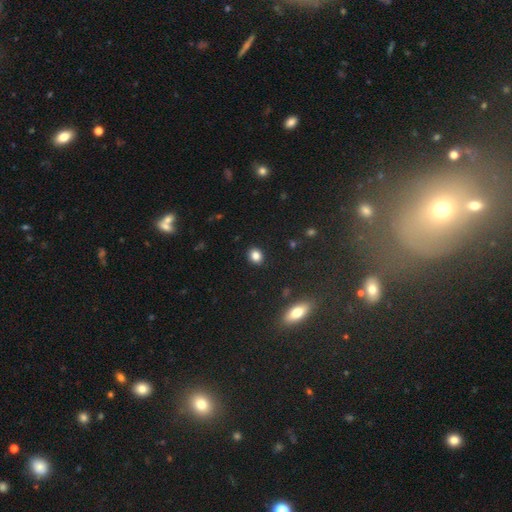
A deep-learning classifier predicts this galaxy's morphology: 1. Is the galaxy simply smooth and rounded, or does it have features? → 84% smooth, 11% star or artifact, 5% featured or disk.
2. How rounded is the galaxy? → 59% round, 39% in between, 1% cigar-shaped.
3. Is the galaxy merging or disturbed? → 90% none, 7% minor disturbance, 2% major disturbance, 1% merger.